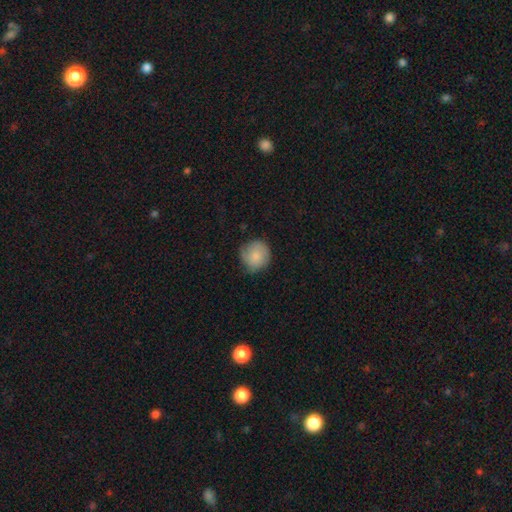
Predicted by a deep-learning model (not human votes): Overall: smooth (81%). How rounded: round (92%). Merging: none (74%).